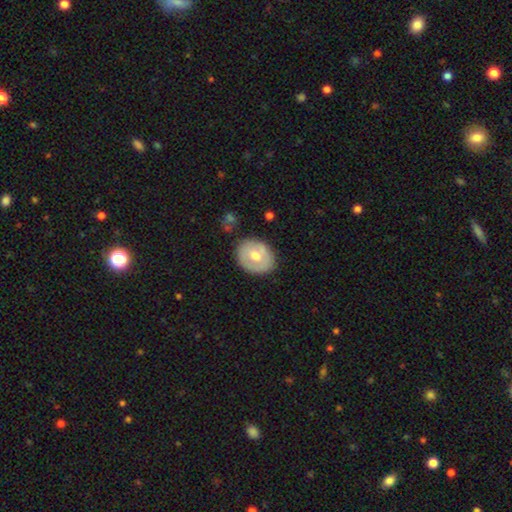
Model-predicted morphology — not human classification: smooth-or-featured: smooth: 50% | featured or disk: 44% | star or artifact: 6%
  merging: none: 79% | minor disturbance: 15% | major disturbance: 4% | merger: 2%